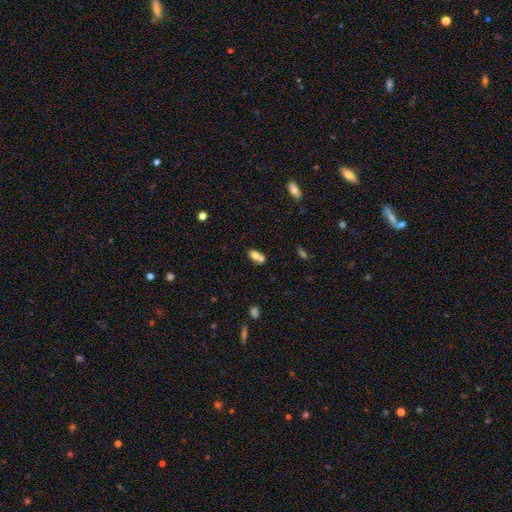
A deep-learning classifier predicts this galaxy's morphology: This is likely a smooth galaxy (72%). How rounded: likely in between (67%). Merging: likely merger (62%).